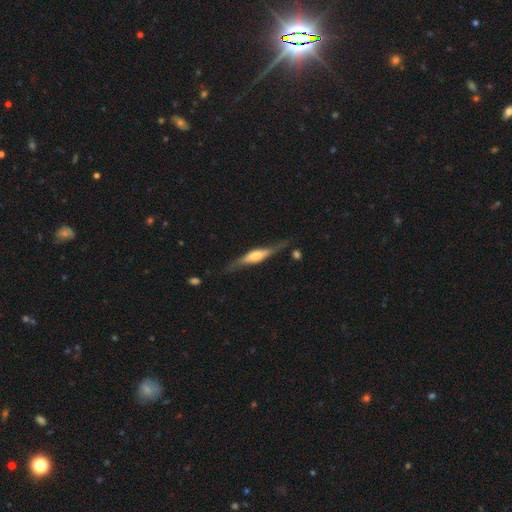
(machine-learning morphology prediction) This appears to be a featured or disk galaxy (65%) viewed edge-on (90%) with a rounded central bulge (67%). Merging: none (72%).